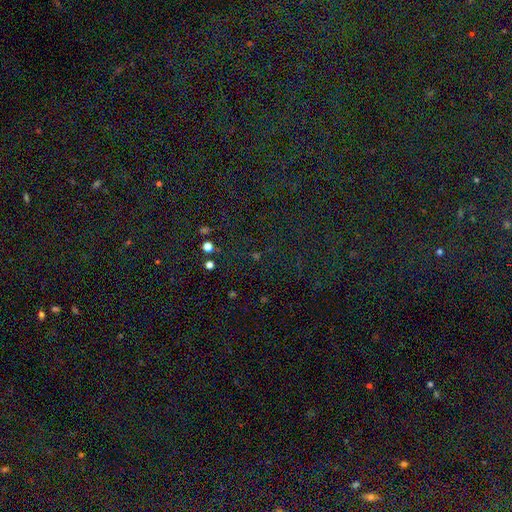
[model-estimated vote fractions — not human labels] This appears to be a star or artifact, not a galaxy (85%).